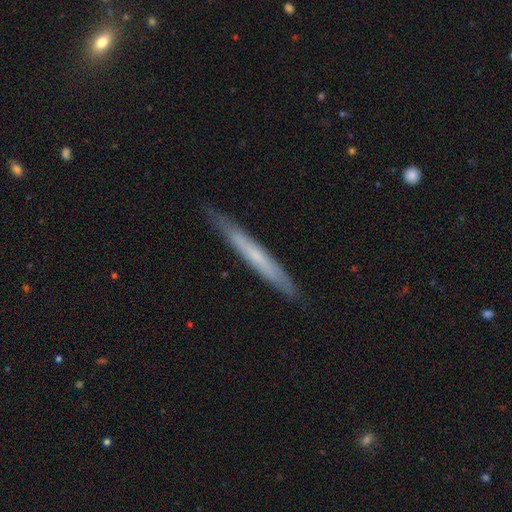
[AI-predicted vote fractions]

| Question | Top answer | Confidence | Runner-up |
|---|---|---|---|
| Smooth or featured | smooth | 49% | featured or disk (44%) |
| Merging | none | 87% | minor disturbance (10%) |